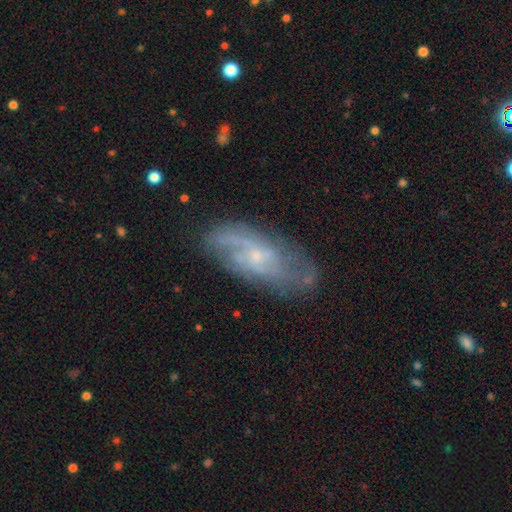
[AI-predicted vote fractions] Smooth or featured?
  - featured or disk: 74% *
  - smooth: 19%
  - star or artifact: 7%
Edge-on disk?
  - no: 91% *
  - yes: 9%
Bar?
  - no: 59% *
  - weak: 36%
  - strong: 5%
Spiral arms?
  - yes: 86% *
  - no: 14%
Spiral winding?
  - medium: 41% *
  - loose: 33%
  - tight: 26%
Spiral arm count?
  - 2: 41% *
  - can't tell: 35%
  - 3: 10%
  - 1: 7%
  - 4: 4%
  - more than 4: 3%
Bulge size?
  - small: 73% *
  - moderate: 17%
  - none: 8%
  - large: 1%
  - dominant: 1%
Merging?
  - none: 68% *
  - minor disturbance: 21%
  - major disturbance: 9%
  - merger: 2%